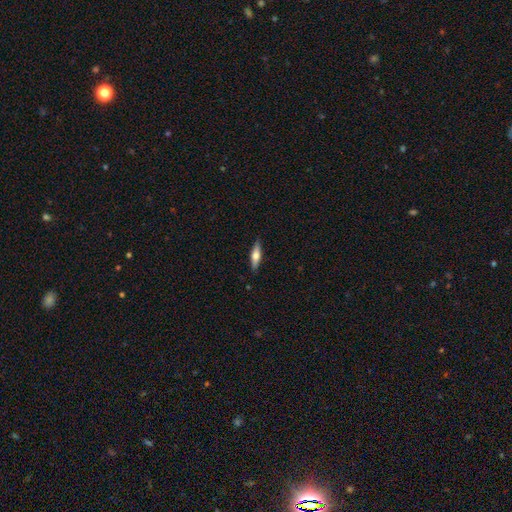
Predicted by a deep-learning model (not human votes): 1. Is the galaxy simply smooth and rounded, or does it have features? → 52% smooth, 42% featured or disk, 6% star or artifact.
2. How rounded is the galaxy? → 65% cigar-shaped, 32% in between, 2% round.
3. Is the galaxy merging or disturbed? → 89% none, 9% minor disturbance, 2% major disturbance, 1% merger.